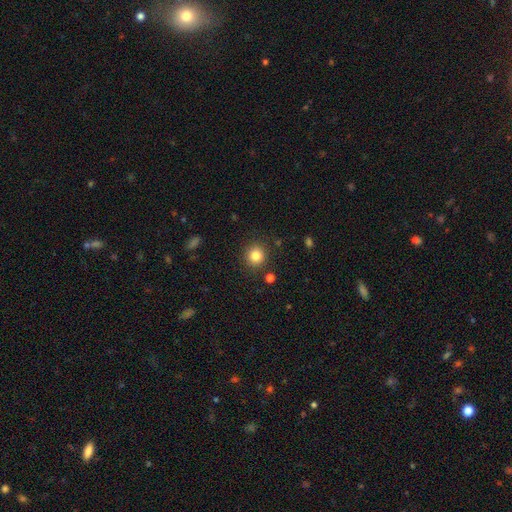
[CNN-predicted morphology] Smooth or featured: smooth — 83% (star or artifact — 11%)
How rounded: round — 90% (in between — 9%)
Merging: none — 88% (minor disturbance — 7%)